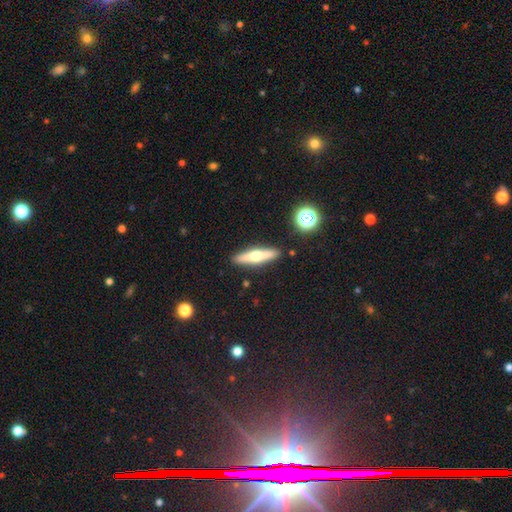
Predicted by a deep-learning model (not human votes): The model was most divided on "smooth or featured": featured or disk: 54%, smooth: 39%, star or artifact: 7%. More confident: edge-on disk — yes (94%); edge-on bulge — rounded (92%); merging — none (89%).